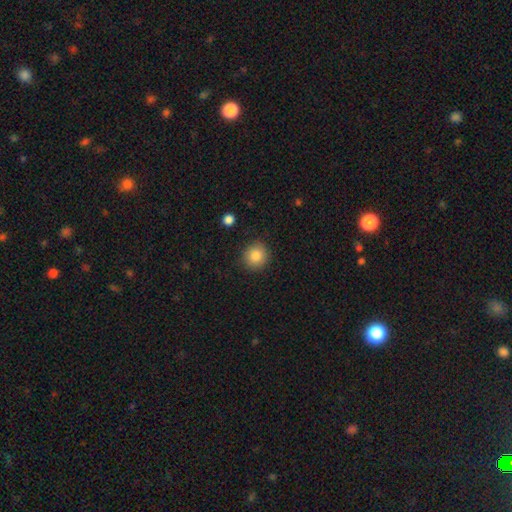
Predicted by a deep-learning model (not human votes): Overall: smooth (84%). How rounded: round (91%). Merging: none (89%).